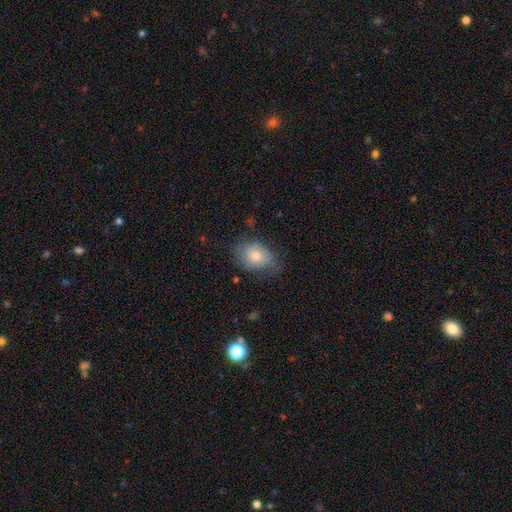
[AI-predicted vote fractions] This appears to be a smooth galaxy with no disk features (70%) that is in between round and cigar-shaped (62%). Merging: none (58%).